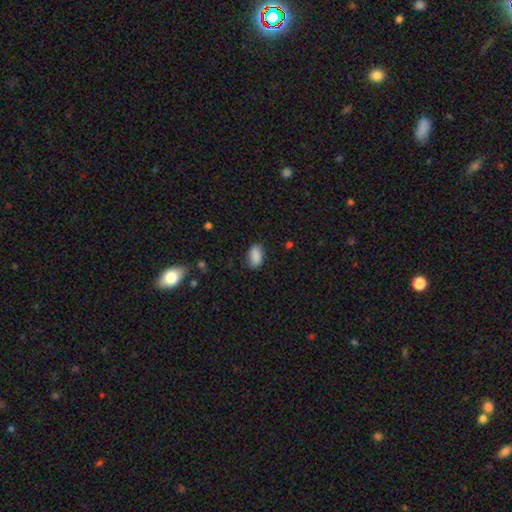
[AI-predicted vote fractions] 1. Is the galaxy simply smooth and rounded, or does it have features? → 88% smooth, 7% star or artifact, 5% featured or disk.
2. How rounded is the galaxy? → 91% in between, 6% round, 3% cigar-shaped.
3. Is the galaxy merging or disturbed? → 80% none, 15% minor disturbance, 3% major disturbance, 1% merger.